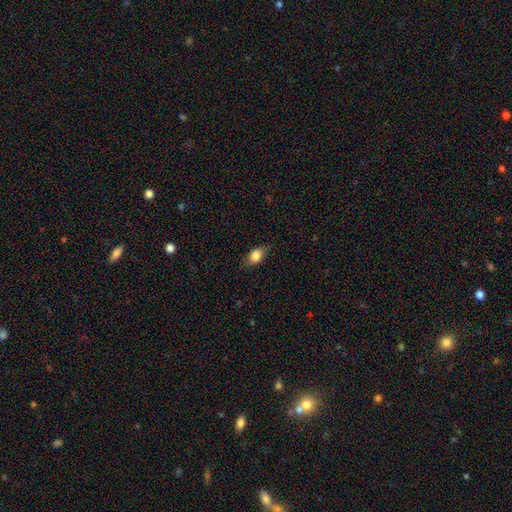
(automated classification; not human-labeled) Overall: smooth (80%). How rounded: in between (77%). Merging: none (72%).